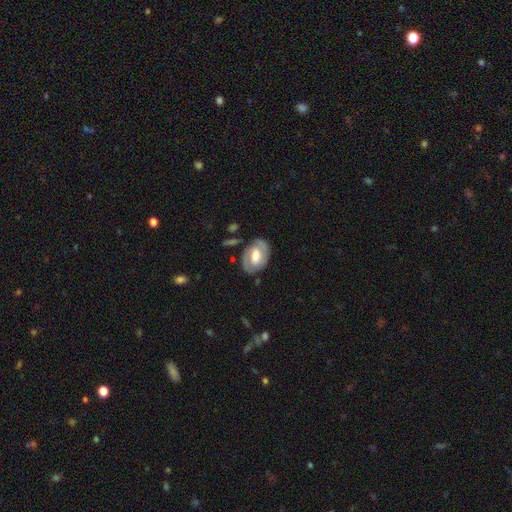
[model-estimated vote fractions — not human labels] A featured or disk galaxy (69%) with a weak bar (45%), 2 (80%) tight (48%) spiral arms (76%) and a moderate central bulge (57%).

Vote fractions:
- Smooth or featured? featured or disk: 69% / smooth: 25% / star or artifact: 5%
- Edge-on disk? no: 95% / yes: 5%
- Bar? weak: 45% / strong: 28% / no: 27%
- Spiral arms? yes: 76% / no: 24%
- Spiral winding? tight: 48% / medium: 40% / loose: 12%
- Spiral arm count? 2: 80% / can't tell: 12% / 1: 5% / 3: 2% / 4: 1% / more than 4: 1%
- Bulge size? moderate: 57% / large: 25% / small: 13% / none: 2% / dominant: 2%
- Merging? none: 76% / minor disturbance: 16% / major disturbance: 6% / merger: 2%